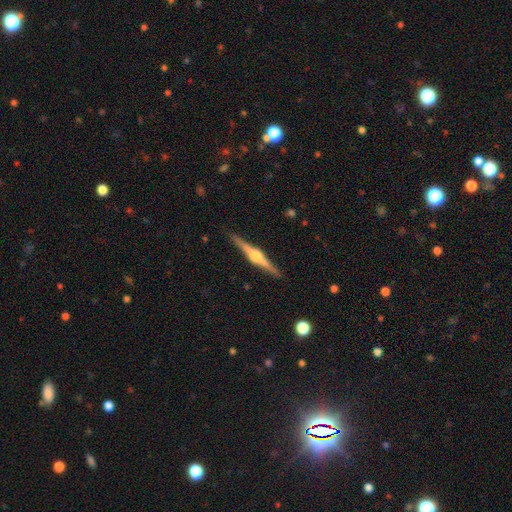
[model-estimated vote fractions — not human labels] Smooth or featured? featured or disk (83%)
Edge-on disk? yes (98%)
Edge-on bulge? rounded (90%)
Merging? none (91%)